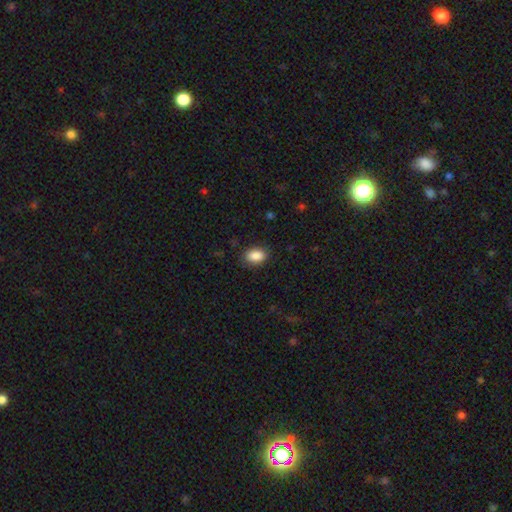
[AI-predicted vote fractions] Smooth or featured? Predicted: smooth (p=0.89). How rounded? Predicted: in between (p=0.87). Merging? Predicted: none (p=0.86).